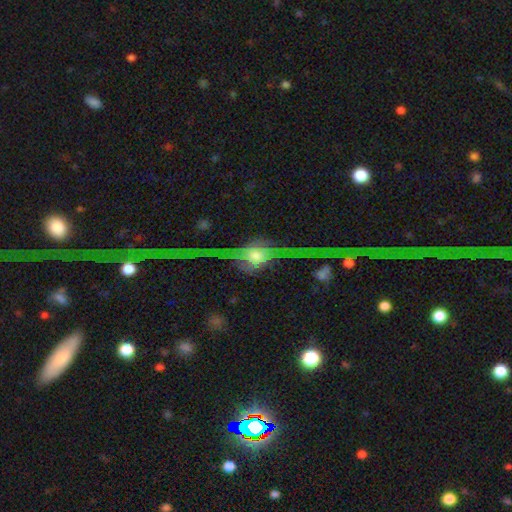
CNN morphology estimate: The model was most divided on "merging": none: 63%, major disturbance: 16%, minor disturbance: 16%, merger: 5%. More confident: edge-on bulge — rounded (92%); edge-on disk — yes (83%); smooth or featured — featured or disk (81%).